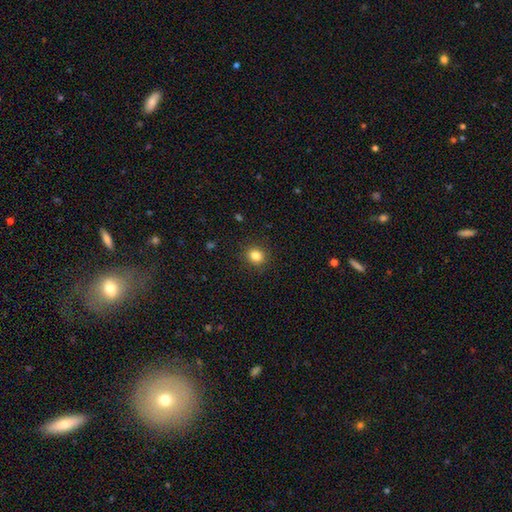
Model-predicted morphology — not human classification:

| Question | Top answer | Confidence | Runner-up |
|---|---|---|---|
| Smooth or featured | smooth | 83% | star or artifact (11%) |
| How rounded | round | 74% | in between (26%) |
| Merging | none | 89% | minor disturbance (7%) |